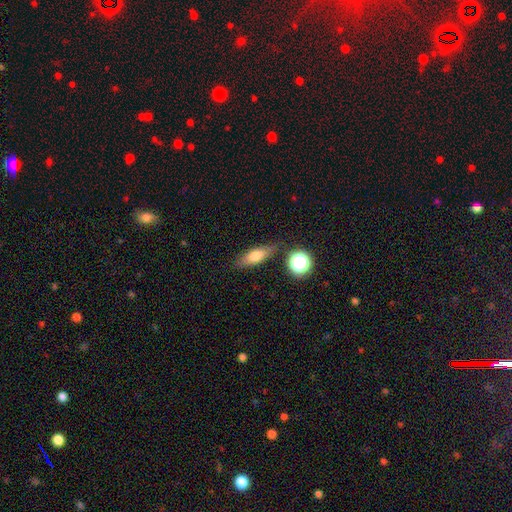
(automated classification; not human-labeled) The model was most divided on "how rounded": in between: 55%, cigar-shaped: 37%, round: 8%. More confident: merging — none (79%); smooth or featured — smooth (68%).